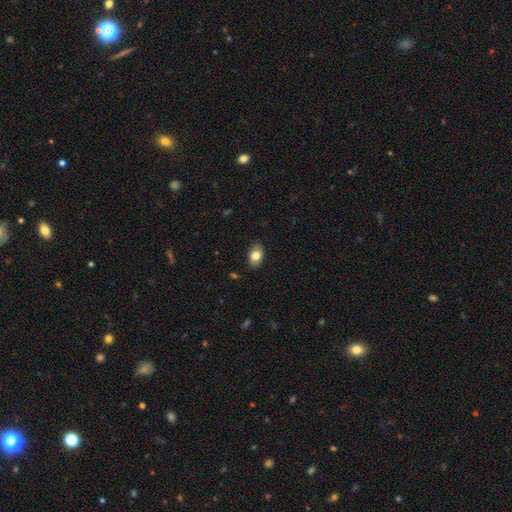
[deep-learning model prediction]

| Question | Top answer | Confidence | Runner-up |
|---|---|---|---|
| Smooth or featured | smooth | 82% | featured or disk (10%) |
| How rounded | in between | 85% | round (14%) |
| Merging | none | 86% | minor disturbance (11%) |